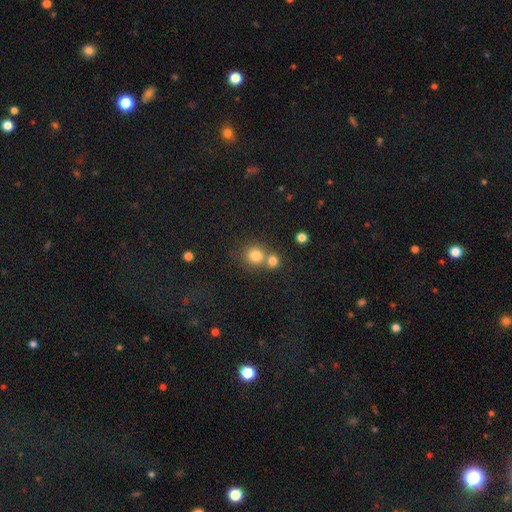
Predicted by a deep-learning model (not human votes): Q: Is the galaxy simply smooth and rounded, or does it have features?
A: smooth — 80%.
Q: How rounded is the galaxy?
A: round — 87%.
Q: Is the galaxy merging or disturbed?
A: none — 52%.